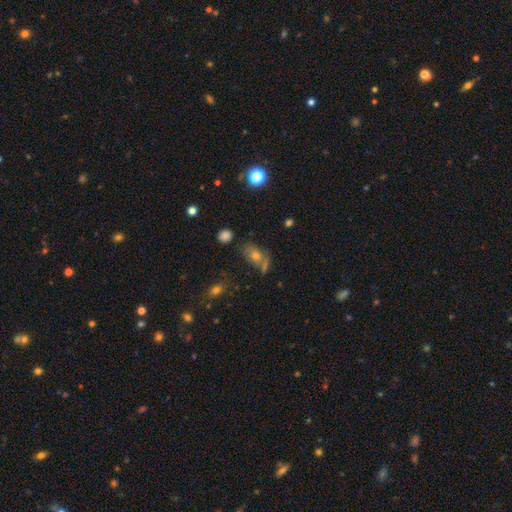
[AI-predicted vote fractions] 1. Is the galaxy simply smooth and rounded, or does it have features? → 57% smooth, 24% featured or disk, 18% star or artifact.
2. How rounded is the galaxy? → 77% in between, 19% round, 4% cigar-shaped.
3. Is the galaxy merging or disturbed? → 52% none, 20% minor disturbance, 17% merger, 11% major disturbance.